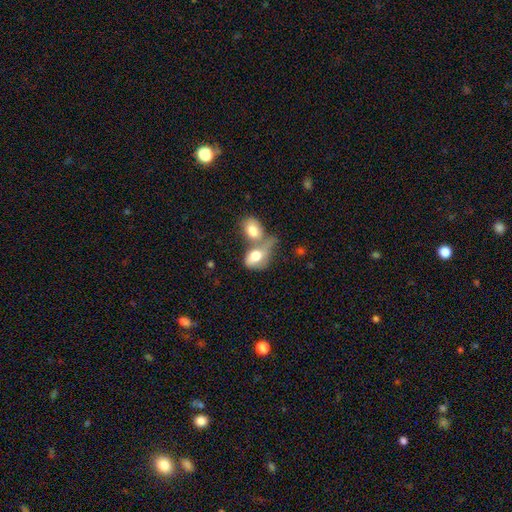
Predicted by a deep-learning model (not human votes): A smooth galaxy with no disk features (71%) that is in between round and cigar-shaped (81%). Merging: merger (71%).